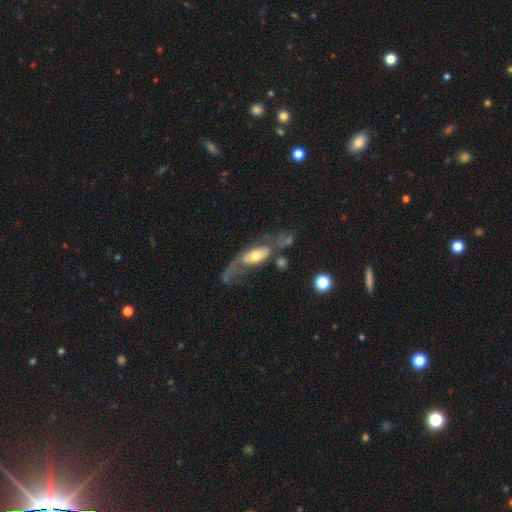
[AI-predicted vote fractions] This appears to be a featured or disk galaxy (58%). Merging: major disturbance (43%).